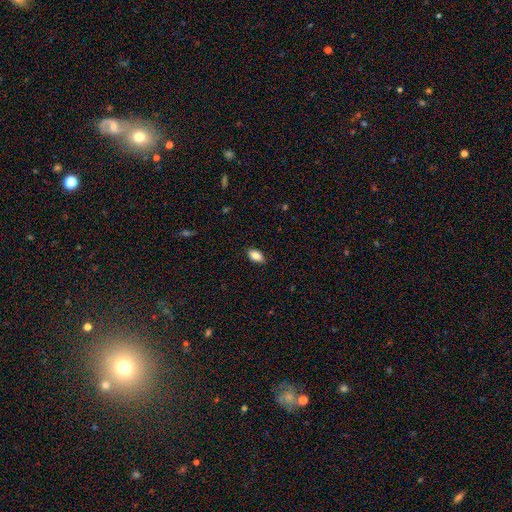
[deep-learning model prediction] This appears to be a smooth galaxy with no disk features (86%) that is in between round and cigar-shaped (91%). Merging: none (88%).